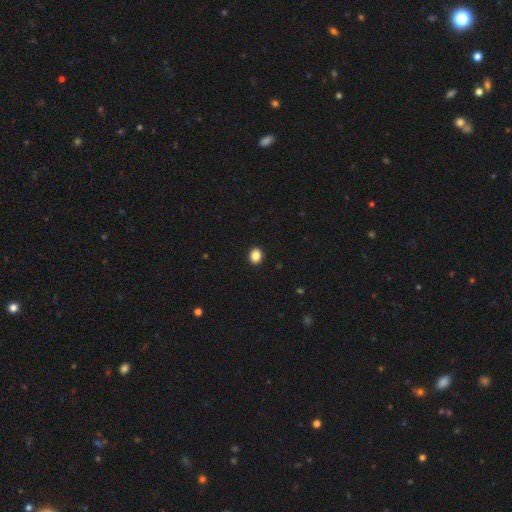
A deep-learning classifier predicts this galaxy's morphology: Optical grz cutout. It shows a smooth galaxy with no disk features (87%) that is round (54%). Merging: none (92%).